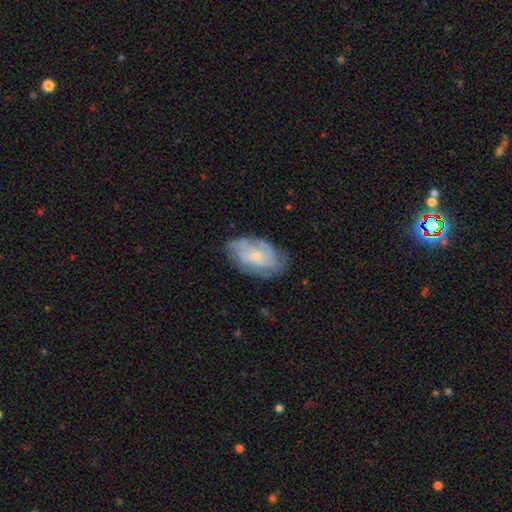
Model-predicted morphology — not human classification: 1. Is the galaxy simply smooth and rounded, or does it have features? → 63% featured or disk, 31% smooth, 7% star or artifact.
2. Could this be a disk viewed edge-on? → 96% no, 4% yes.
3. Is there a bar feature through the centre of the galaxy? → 68% no, 27% weak, 5% strong.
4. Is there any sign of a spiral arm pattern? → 80% yes, 20% no.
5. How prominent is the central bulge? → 60% small, 29% moderate, 8% none, 2% large, 1% dominant.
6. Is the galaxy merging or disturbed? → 67% none, 23% minor disturbance, 8% major disturbance, 1% merger.